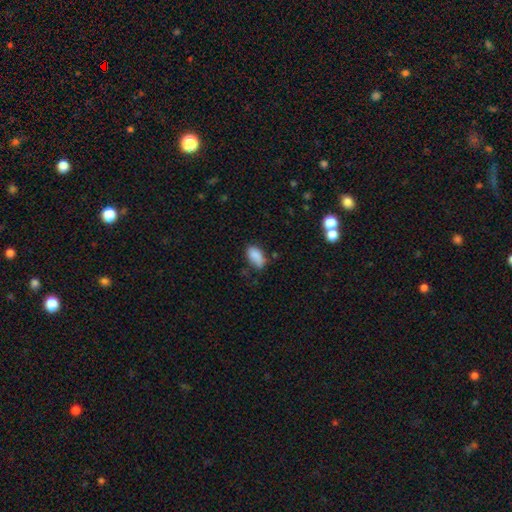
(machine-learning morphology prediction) A smooth galaxy with no disk features (85%) that is in between round and cigar-shaped (91%).

Vote fractions:
- Smooth or featured? smooth: 85% / star or artifact: 9% / featured or disk: 6%
- How rounded? in between: 91% / round: 6% / cigar-shaped: 3%
- Merging? none: 56% / minor disturbance: 32% / major disturbance: 8% / merger: 4%